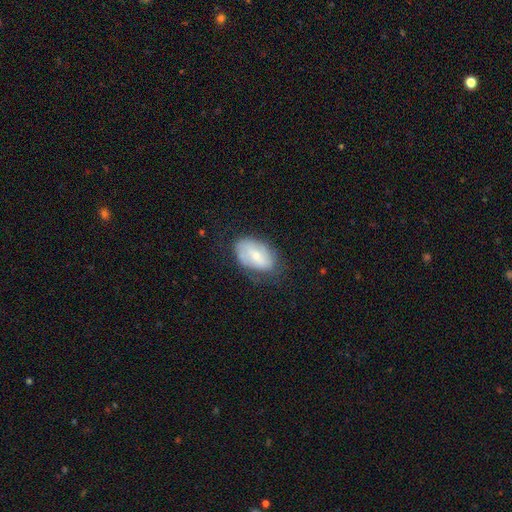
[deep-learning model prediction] smooth-or-featured: smooth: 49% | featured or disk: 44% | star or artifact: 7%
  merging: none: 65% | minor disturbance: 25% | major disturbance: 9% | merger: 1%